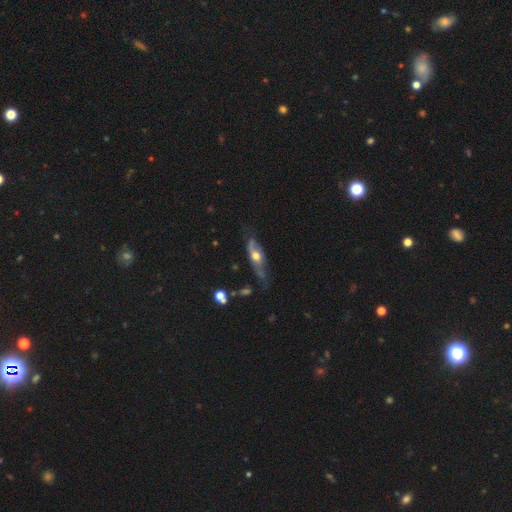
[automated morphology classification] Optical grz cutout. It shows a featured or disk galaxy (59%). Merging: none (50%).